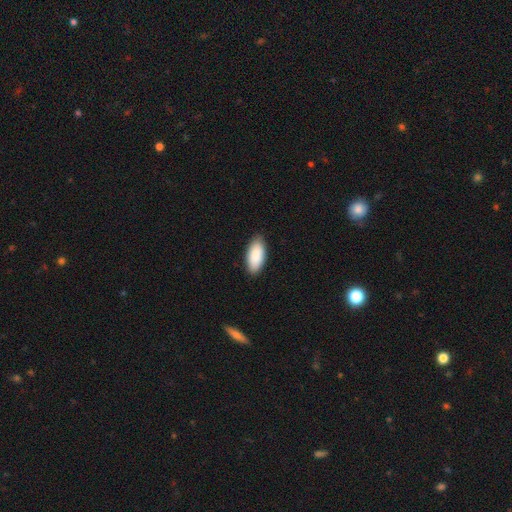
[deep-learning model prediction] smooth_or_featured: smooth (p=0.90) [alt: star or artifact p=0.05]
how_rounded: in between (p=0.91) [alt: cigar-shaped p=0.07]
merging: none (p=0.87) [alt: minor disturbance p=0.10]